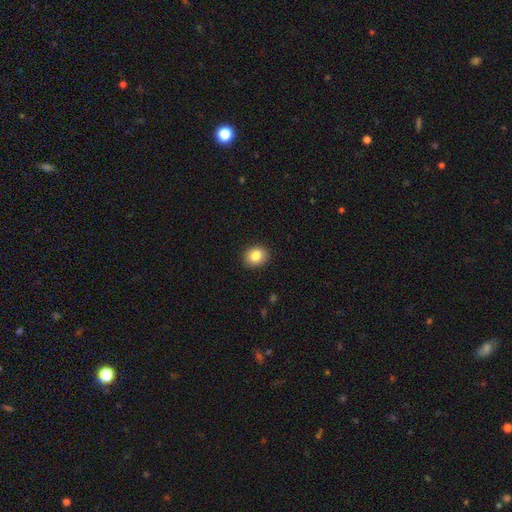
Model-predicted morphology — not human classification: type=smooth (84%); roundness=round (61%); merging=none (90%).